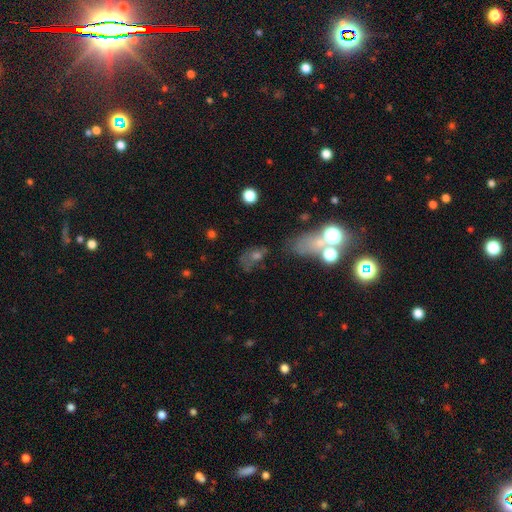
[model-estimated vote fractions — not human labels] Smooth or featured?
  - smooth: 45% *
  - featured or disk: 29%
  - star or artifact: 26%
Merging?
  - none: 40% *
  - major disturbance: 26%
  - minor disturbance: 21%
  - merger: 13%